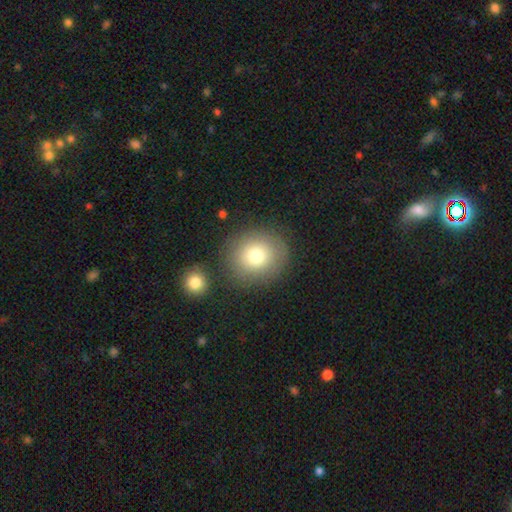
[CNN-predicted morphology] This is likely a smooth galaxy (78%). How rounded: clearly round (85%). Merging: likely none (80%).